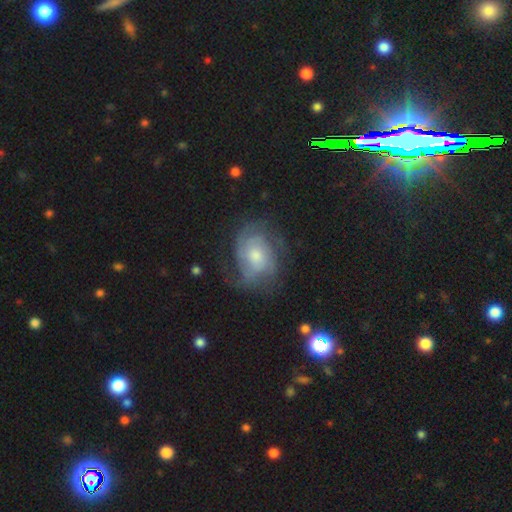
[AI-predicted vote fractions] Smooth or featured? Predicted: featured or disk (p=0.74). Edge-on disk? Predicted: no (p=0.97). Bar? Predicted: no (p=0.74). Spiral arms? Predicted: yes (p=0.89). Spiral winding? Predicted: tight (p=0.48). Spiral arm count? Predicted: can't tell (p=0.40). Bulge size? Predicted: moderate (p=0.54). Merging? Predicted: none (p=0.63).